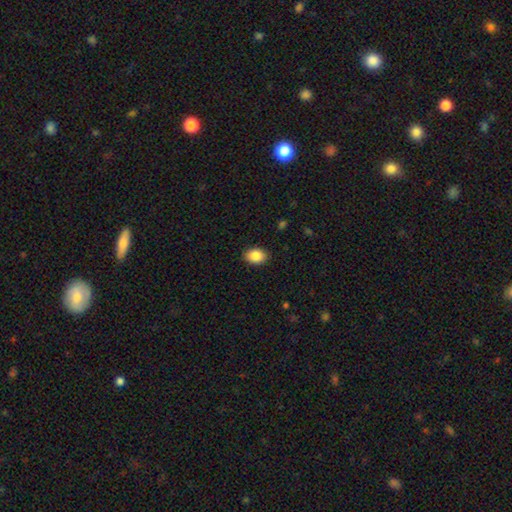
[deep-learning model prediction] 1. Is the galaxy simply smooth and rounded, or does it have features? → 87% smooth, 8% star or artifact, 6% featured or disk.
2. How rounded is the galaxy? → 76% in between, 23% round, 1% cigar-shaped.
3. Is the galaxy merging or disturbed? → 88% none, 9% minor disturbance, 2% major disturbance, 1% merger.